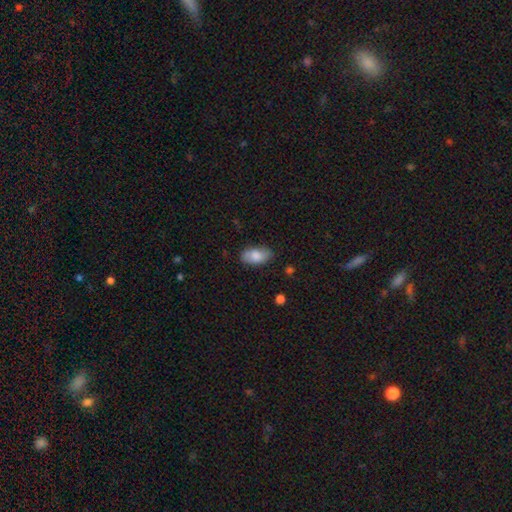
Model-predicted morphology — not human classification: A smooth galaxy with no disk features (80%) that is in between round and cigar-shaped (93%). Merging: none (80%).